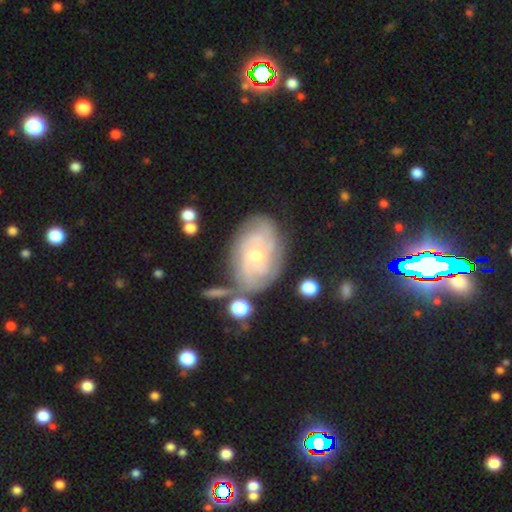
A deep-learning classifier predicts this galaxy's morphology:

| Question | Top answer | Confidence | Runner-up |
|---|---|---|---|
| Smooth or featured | featured or disk | 80% | smooth (13%) |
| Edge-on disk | no | 96% | yes (4%) |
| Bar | no | 70% | weak (26%) |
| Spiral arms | yes | 93% | no (7%) |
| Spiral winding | tight | 67% | medium (25%) |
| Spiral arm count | can't tell | 40% | 3 (19%) |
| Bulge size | small | 51% | moderate (45%) |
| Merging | none | 66% | minor disturbance (19%) |